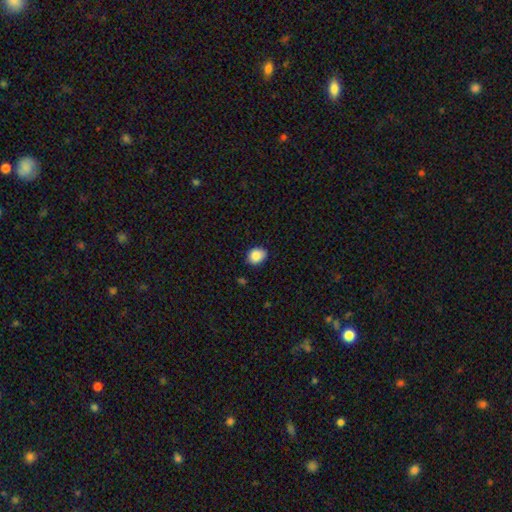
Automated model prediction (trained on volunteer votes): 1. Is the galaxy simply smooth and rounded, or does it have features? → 87% smooth, 9% star or artifact, 5% featured or disk.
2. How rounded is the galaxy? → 51% round, 48% in between, 1% cigar-shaped.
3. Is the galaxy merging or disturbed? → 80% none, 16% minor disturbance, 3% major disturbance, 1% merger.